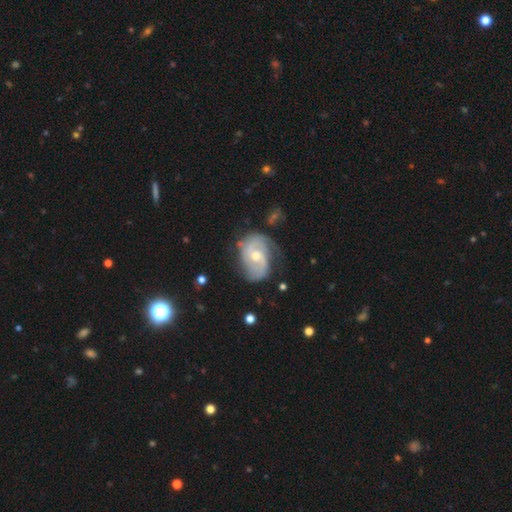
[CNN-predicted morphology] Q: Smooth or featured?
A: featured or disk (80%); runner-up: smooth (14%)
Q: Edge-on disk?
A: no (97%); runner-up: yes (3%)
Q: Bar?
A: no (57%); runner-up: weak (36%)
Q: Spiral arms?
A: yes (93%); runner-up: no (7%)
Q: Spiral winding?
A: medium (44%); runner-up: tight (32%)
Q: Spiral arm count?
A: 2 (68%); runner-up: can't tell (16%)
Q: Bulge size?
A: moderate (56%); runner-up: small (40%)
Q: Merging?
A: none (59%); runner-up: minor disturbance (26%)